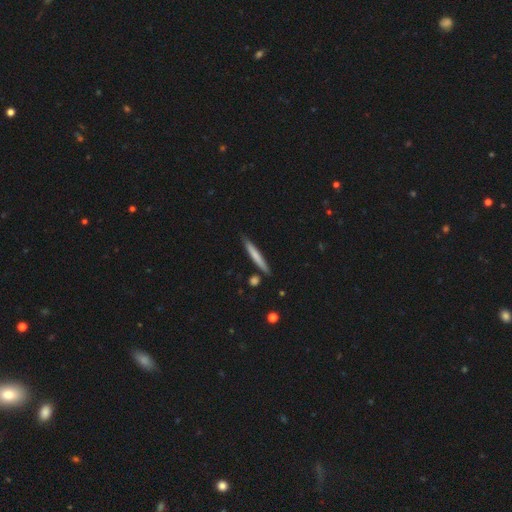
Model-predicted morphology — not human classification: Smooth or featured: smooth — 68% (featured or disk — 27%)
How rounded: cigar-shaped — 95% (in between — 3%)
Merging: none — 85% (minor disturbance — 10%)